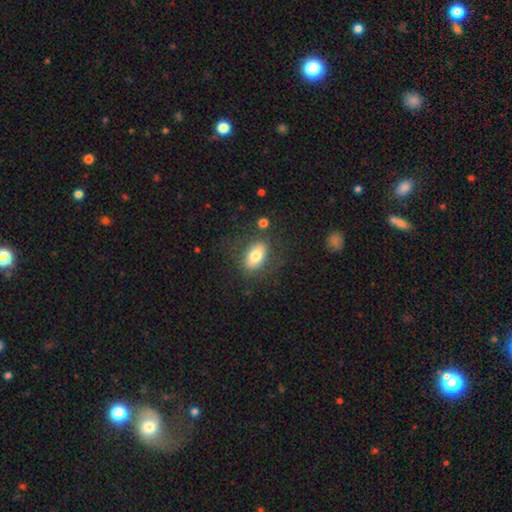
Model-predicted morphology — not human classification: Overall: smooth (72%). How rounded: in between (87%). Merging: none (77%).